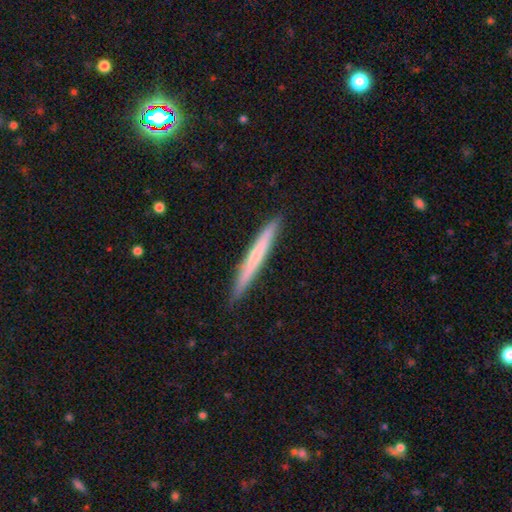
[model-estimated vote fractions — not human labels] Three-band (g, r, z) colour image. It shows a smooth galaxy with no disk features (53%) that is cigar-shaped (97%). Merging: none (89%).